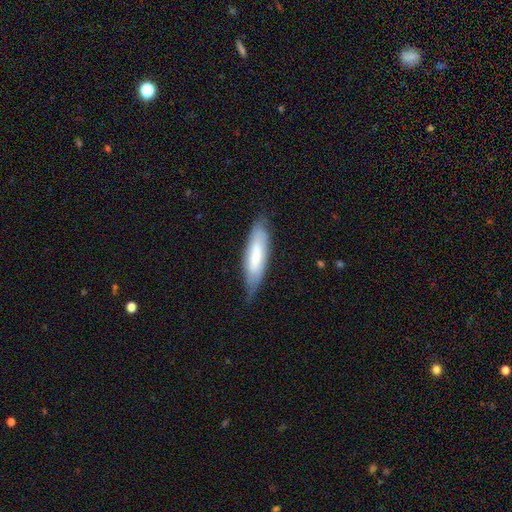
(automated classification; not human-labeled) Smooth or featured? Predicted: smooth (p=0.59). How rounded? Predicted: cigar-shaped (p=0.60). Merging? Predicted: none (p=0.66).